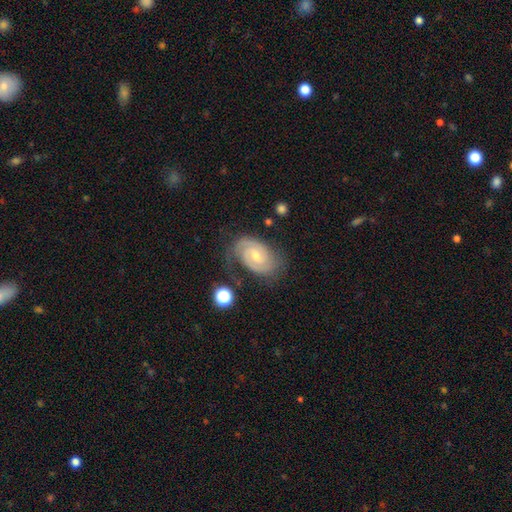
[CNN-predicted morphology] This appears to be a featured or disk galaxy (84%) with a weak bar (52%), 2 (79%) tight (59%) spiral arms (97%) and a moderate central bulge (48%). Merging: none (69%).